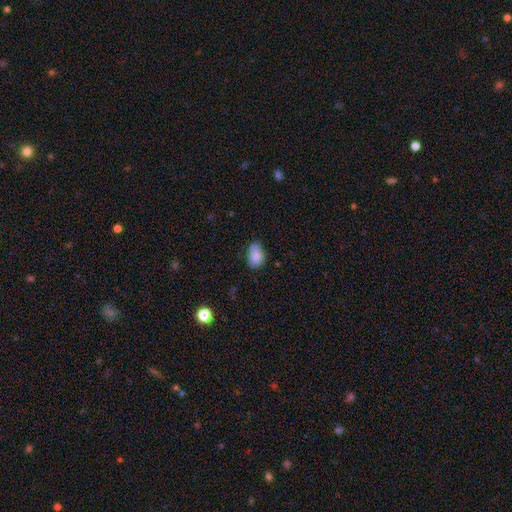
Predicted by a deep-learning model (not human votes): smooth-or-featured: smooth: 84% | star or artifact: 8% | featured or disk: 7%
  how-rounded: in between: 84% | round: 15% | cigar-shaped: 1%
  merging: none: 65% | minor disturbance: 27% | major disturbance: 5% | merger: 2%